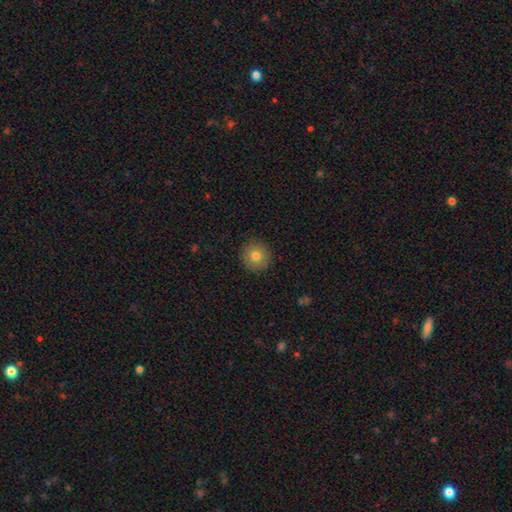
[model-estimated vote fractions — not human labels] A smooth galaxy with no disk features (80%) that is round (94%).

Vote fractions:
- Smooth or featured? smooth: 80% / star or artifact: 11% / featured or disk: 10%
- How rounded? round: 94% / in between: 5% / cigar-shaped: 1%
- Merging? none: 91% / minor disturbance: 6% / major disturbance: 2% / merger: 1%